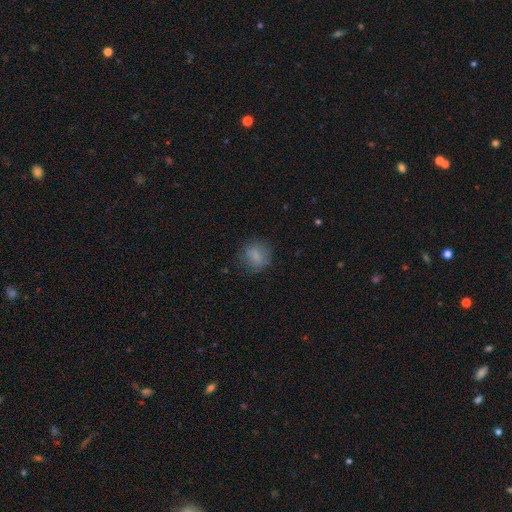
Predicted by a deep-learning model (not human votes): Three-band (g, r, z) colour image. It shows a smooth galaxy with no disk features (76%) that is round (75%). Merging: none (72%).